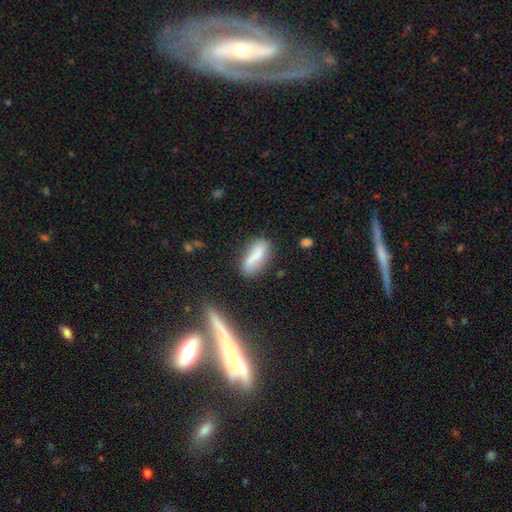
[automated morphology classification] The model was most divided on "merging": none: 63%, minor disturbance: 22%, major disturbance: 7%, merger: 7%. More confident: how rounded — in between (72%); smooth or featured — smooth (67%).